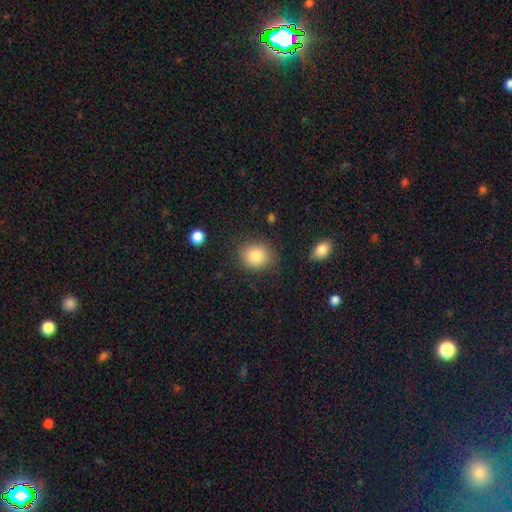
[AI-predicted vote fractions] smooth-or-featured: smooth: 84% | star or artifact: 9% | featured or disk: 7%
  how-rounded: round: 69% | in between: 31% | cigar-shaped: 1%
  merging: none: 84% | minor disturbance: 10% | major disturbance: 3% | merger: 2%